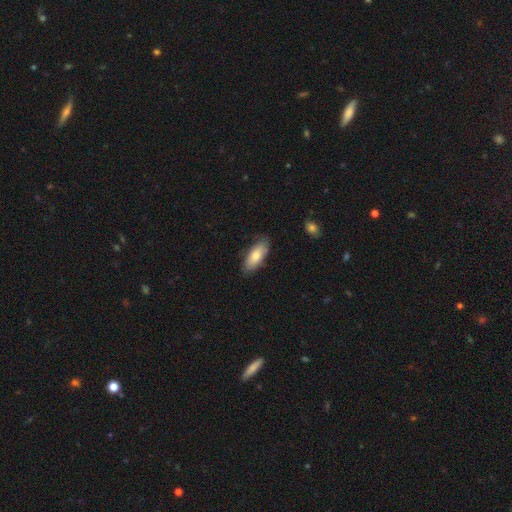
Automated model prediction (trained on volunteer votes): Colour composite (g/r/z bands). It shows a smooth galaxy with no disk features (76%) that is in between round and cigar-shaped (78%). Merging: none (81%).